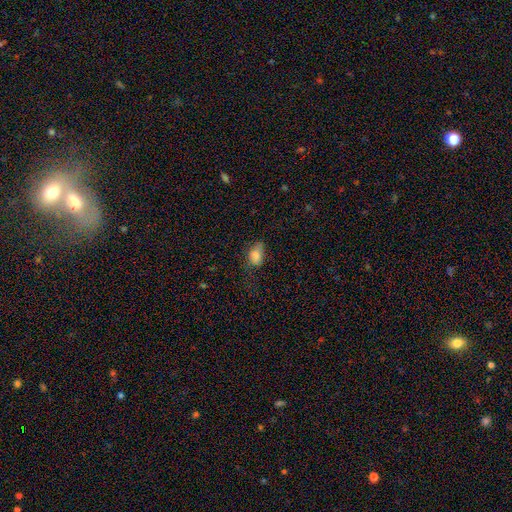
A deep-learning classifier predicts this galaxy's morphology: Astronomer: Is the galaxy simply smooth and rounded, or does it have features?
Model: smooth — 80%.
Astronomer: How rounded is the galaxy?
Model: in between — 81%.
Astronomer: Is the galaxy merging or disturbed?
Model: none — 42% (runner-up: minor disturbance, 35%).